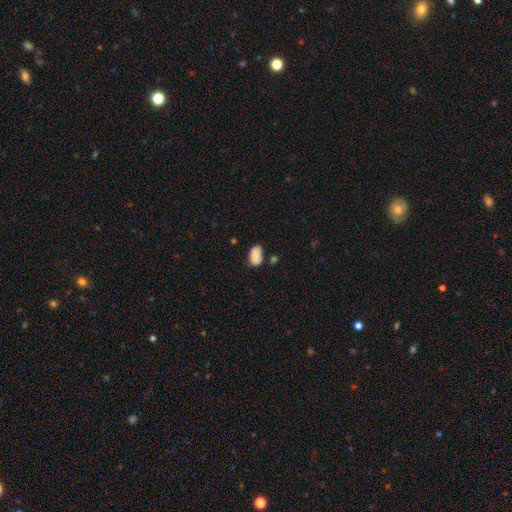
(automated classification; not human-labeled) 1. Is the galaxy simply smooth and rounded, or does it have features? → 86% smooth, 8% star or artifact, 6% featured or disk.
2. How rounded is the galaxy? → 92% in between, 6% round, 2% cigar-shaped.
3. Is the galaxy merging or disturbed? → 61% none, 24% minor disturbance, 9% merger, 6% major disturbance.